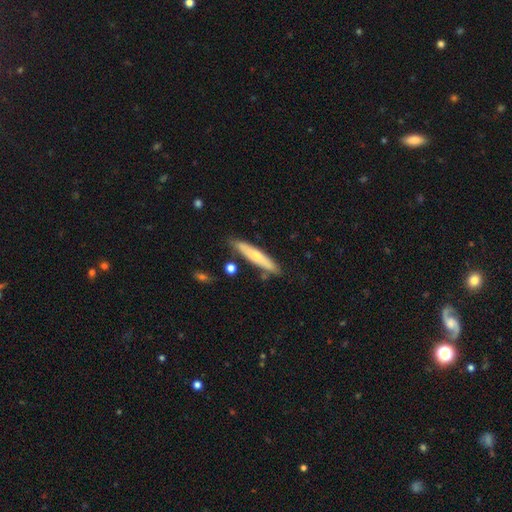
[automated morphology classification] This appears to be a smooth galaxy with no disk features (52%) that is cigar-shaped (89%). Merging: none (82%).